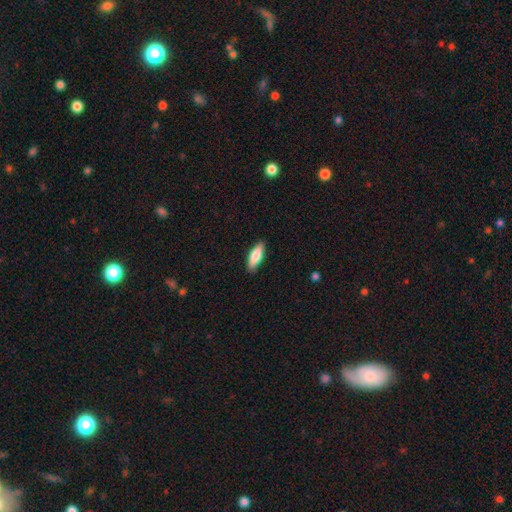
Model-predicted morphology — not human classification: smooth-or-featured: smooth: 76% | featured or disk: 18% | star or artifact: 6%
  how-rounded: in between: 60% | cigar-shaped: 38% | round: 2%
  merging: none: 88% | minor disturbance: 9% | major disturbance: 2% | merger: 1%